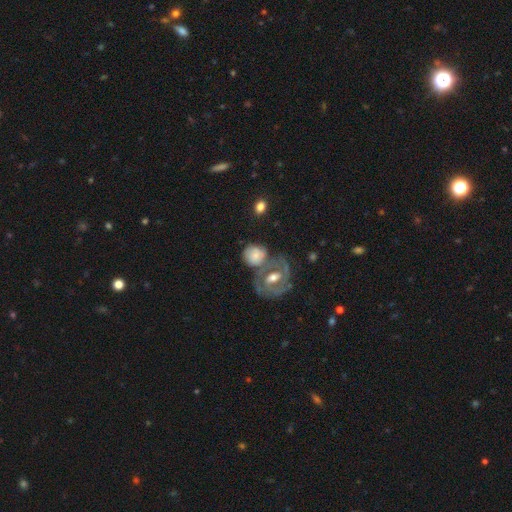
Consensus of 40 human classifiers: A smooth galaxy with no disk features (85%) that is round (100%).

Vote fractions:
- Smooth or featured? smooth: 85% / featured or disk: 10% / star or artifact: 5%
- How rounded? round: 100% / in between: 0% / cigar-shaped: 0%
- Merging? none: 79% / merger: 13% / major disturbance: 5% / minor disturbance: 3%